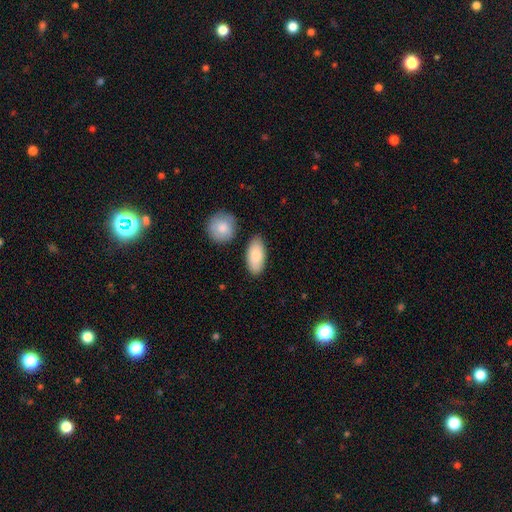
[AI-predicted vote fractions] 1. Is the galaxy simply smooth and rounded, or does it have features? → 82% smooth, 12% featured or disk, 5% star or artifact.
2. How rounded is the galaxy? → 91% in between, 5% cigar-shaped, 3% round.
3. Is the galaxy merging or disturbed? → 79% none, 12% minor disturbance, 7% merger, 2% major disturbance.